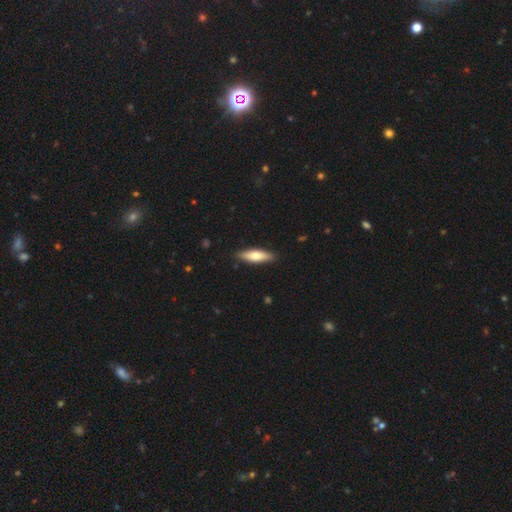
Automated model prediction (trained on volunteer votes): smooth_or_featured: smooth (p=0.65) [alt: featured or disk p=0.30]
how_rounded: cigar-shaped (p=0.60) [alt: in between p=0.38]
merging: none (p=0.88) [alt: minor disturbance p=0.09]